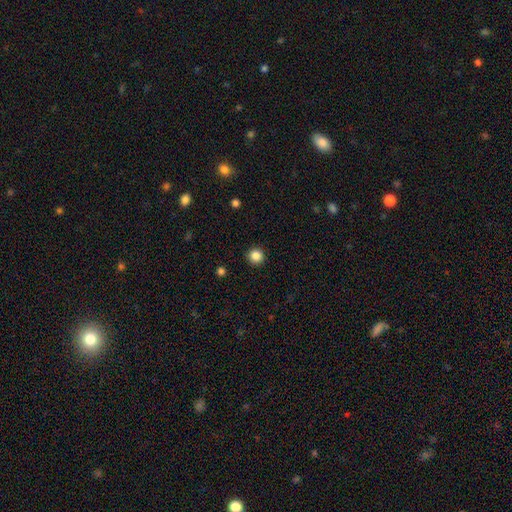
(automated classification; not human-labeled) A smooth galaxy with no disk features (85%) that is round (95%). Merging: none (93%).